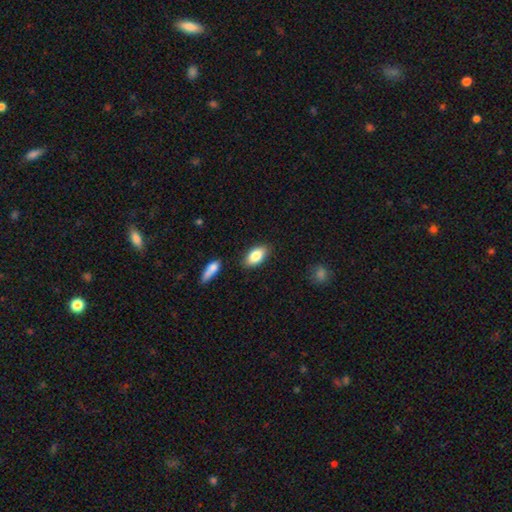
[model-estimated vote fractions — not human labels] Smooth or featured? Predicted: smooth (p=0.83). How rounded? Predicted: in between (p=0.91). Merging? Predicted: none (p=0.85).